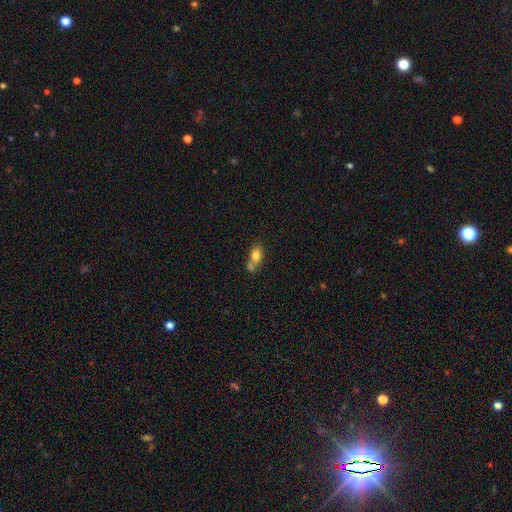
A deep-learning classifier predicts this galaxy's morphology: smooth_or_featured: smooth (p=0.77) [alt: featured or disk p=0.13]
how_rounded: in between (p=0.73) [alt: round p=0.24]
merging: merger (p=0.49) [alt: none p=0.34]